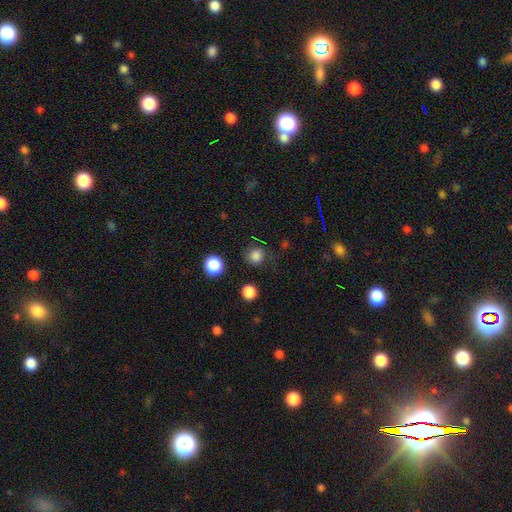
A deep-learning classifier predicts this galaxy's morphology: Overall: smooth (81%). How rounded: round (92%). Merging: none (83%).